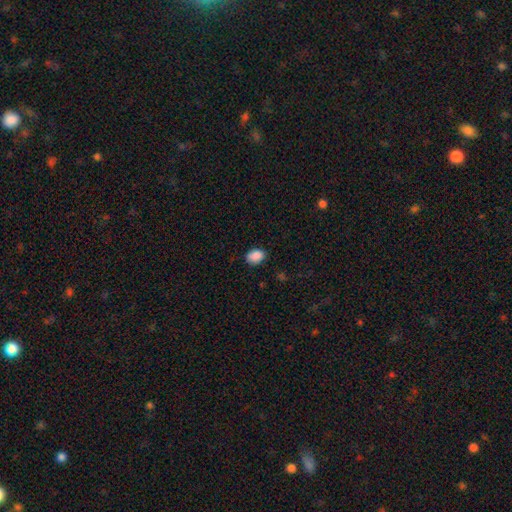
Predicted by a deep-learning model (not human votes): Smooth or featured: smooth — 89% (star or artifact — 8%)
How rounded: in between — 76% (round — 23%)
Merging: none — 83% (minor disturbance — 14%)